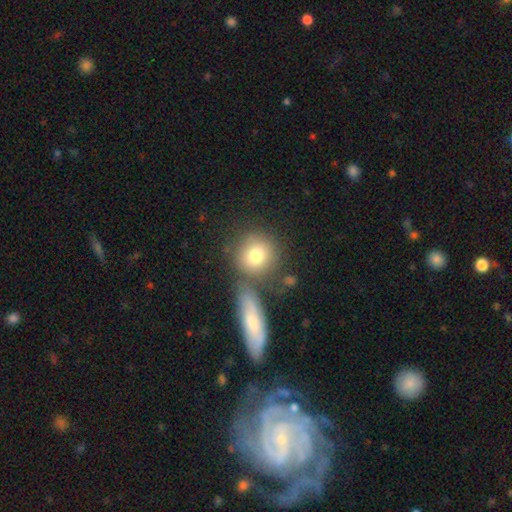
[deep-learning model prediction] A smooth galaxy with no disk features (78%) that is round (86%).

Vote fractions:
- Smooth or featured? smooth: 78% / featured or disk: 13% / star or artifact: 9%
- How rounded? round: 86% / in between: 12% / cigar-shaped: 2%
- Merging? none: 62% / merger: 23% / minor disturbance: 11% / major disturbance: 5%